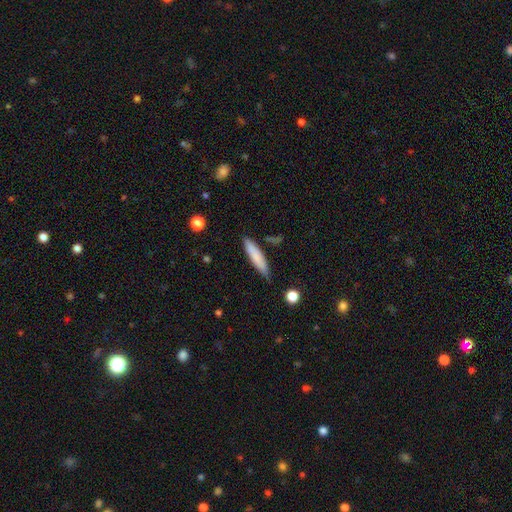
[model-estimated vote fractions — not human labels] Morphology: type=smooth (78%); roundness=cigar-shaped (83%); merging=none (79%).